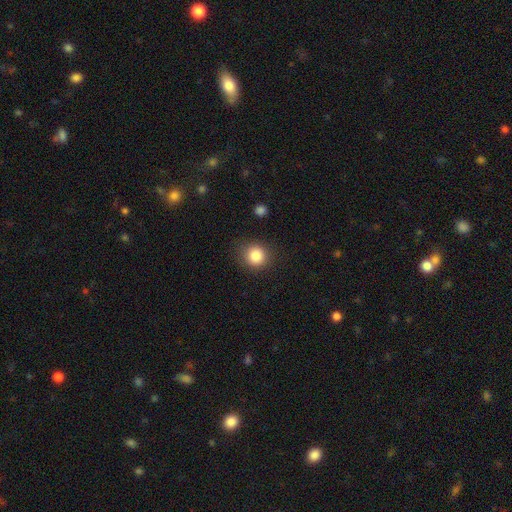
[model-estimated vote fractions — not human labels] Smooth or featured? Predicted: smooth (p=0.85). How rounded? Predicted: round (p=0.89). Merging? Predicted: none (p=0.86).